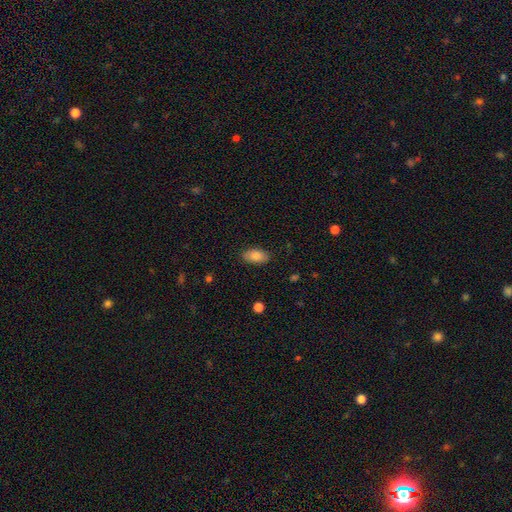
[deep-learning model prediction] smooth_or_featured: smooth (p=0.82) [alt: featured or disk p=0.11]
how_rounded: in between (p=0.93) [alt: round p=0.05]
merging: none (p=0.87) [alt: minor disturbance p=0.10]